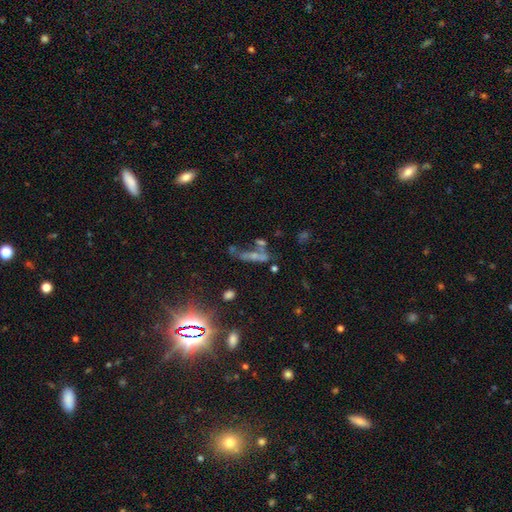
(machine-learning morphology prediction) Overall: smooth (38%; featured or disk 36%). Merging: merger (34%; none 32%).